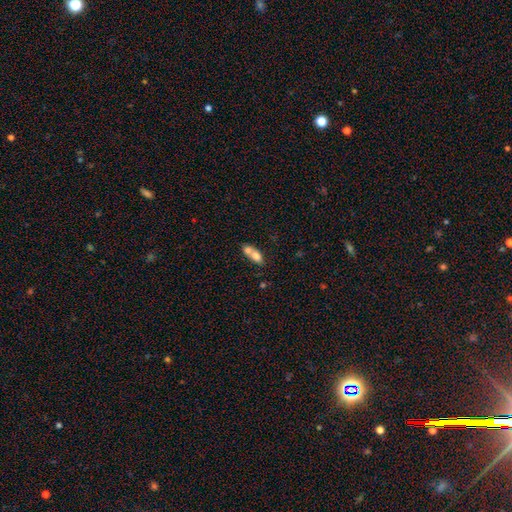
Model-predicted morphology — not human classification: The model was most divided on "merging": merger: 69%, none: 20%, minor disturbance: 7%, major disturbance: 4%. More confident: how rounded — in between (74%); smooth or featured — smooth (71%).